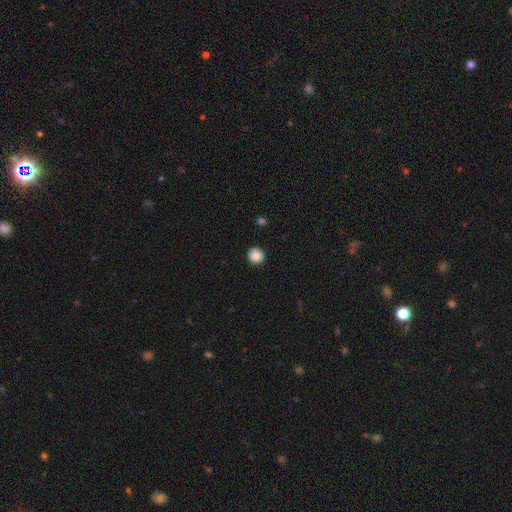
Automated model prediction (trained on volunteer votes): Smooth or featured: smooth — 88% (star or artifact — 9%)
How rounded: round — 92% (in between — 7%)
Merging: none — 92% (minor disturbance — 5%)